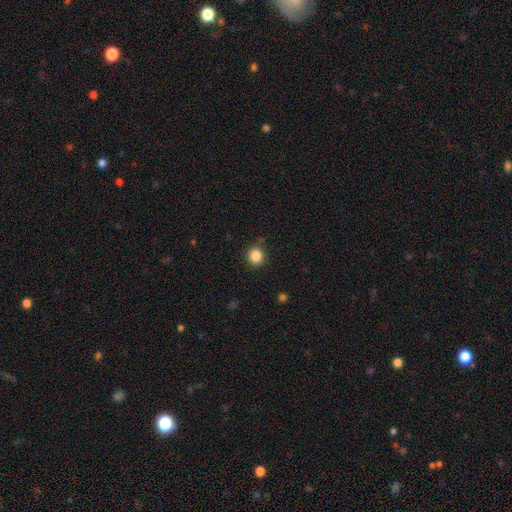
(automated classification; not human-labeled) A smooth galaxy with no disk features (85%) that is round (87%). Merging: none (85%).